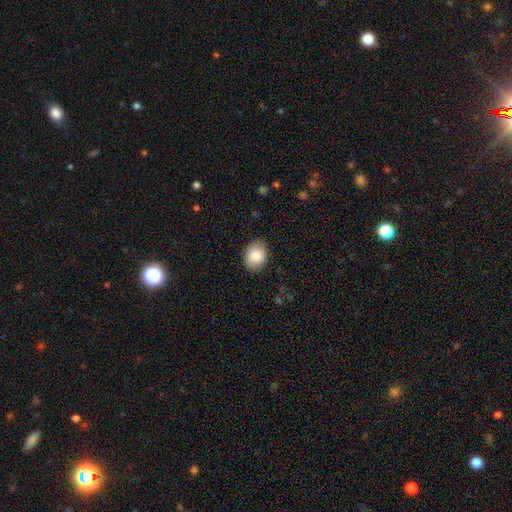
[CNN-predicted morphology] Smooth or featured?
  - smooth: 87% *
  - star or artifact: 7%
  - featured or disk: 6%
How rounded?
  - in between: 52% *
  - round: 47%
  - cigar-shaped: 1%
Merging?
  - none: 82% *
  - minor disturbance: 14%
  - major disturbance: 3%
  - merger: 1%